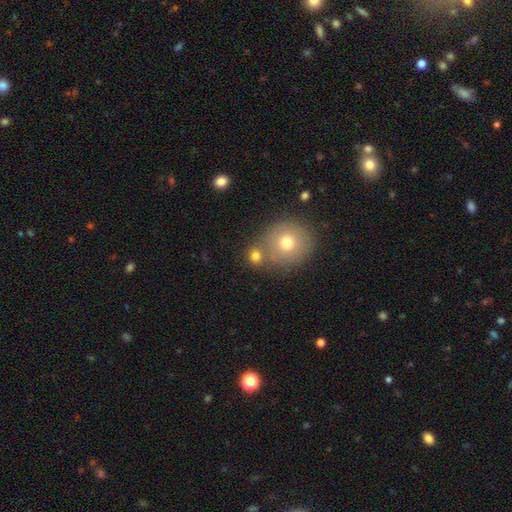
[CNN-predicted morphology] A smooth galaxy with no disk features (76%) that is round (82%). Merging: none (59%).